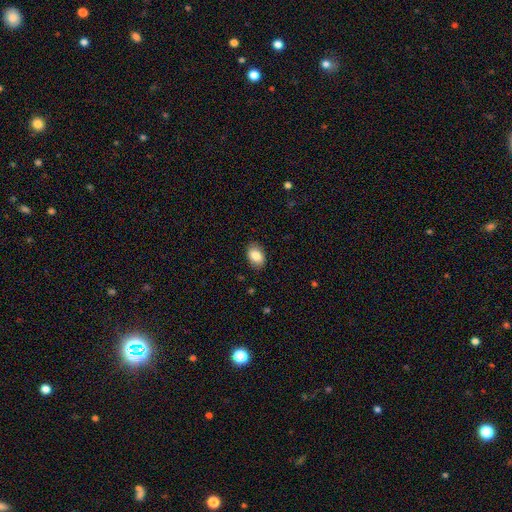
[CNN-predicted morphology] A smooth galaxy with no disk features (84%) that is in between round and cigar-shaped (84%).

Vote fractions:
- Smooth or featured? smooth: 84% / featured or disk: 8% / star or artifact: 7%
- How rounded? in between: 84% / round: 15% / cigar-shaped: 1%
- Merging? none: 86% / minor disturbance: 11% / major disturbance: 2% / merger: 1%